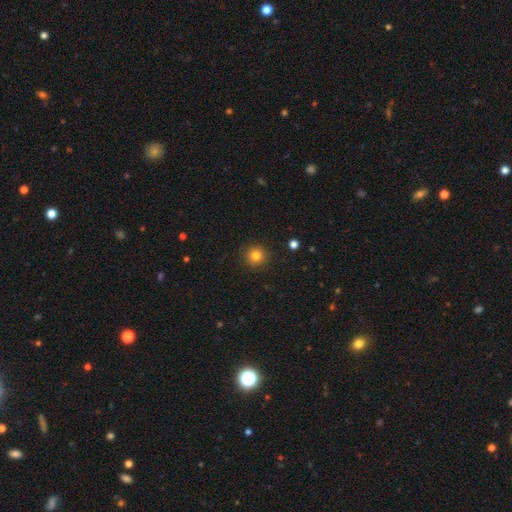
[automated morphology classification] smooth_or_featured: smooth (p=0.82) [alt: star or artifact p=0.12]
how_rounded: round (p=0.94) [alt: in between p=0.05]
merging: none (p=0.91) [alt: minor disturbance p=0.06]